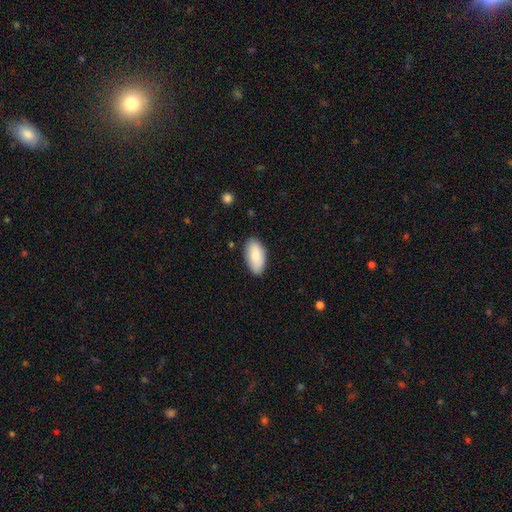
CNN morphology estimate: A smooth galaxy with no disk features (88%) that is in between round and cigar-shaped (95%). Merging: none (83%).